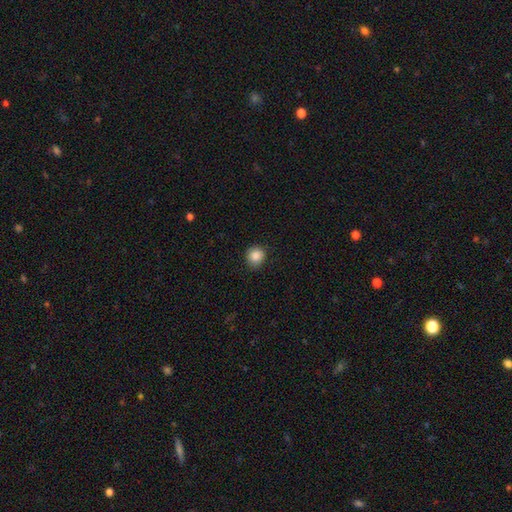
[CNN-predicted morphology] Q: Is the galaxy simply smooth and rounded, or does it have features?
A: smooth — 87%.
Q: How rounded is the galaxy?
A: round — 90%.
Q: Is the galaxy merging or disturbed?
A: none — 86%.